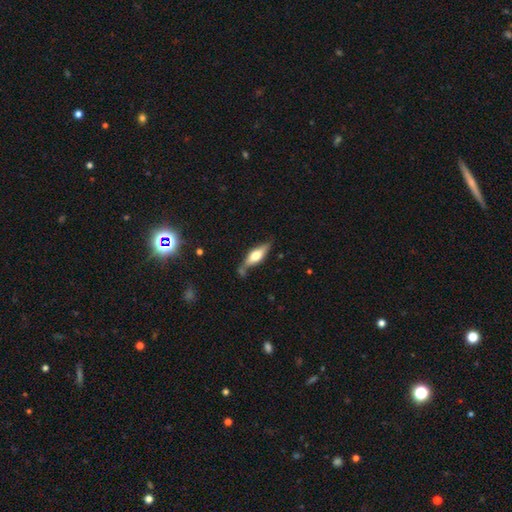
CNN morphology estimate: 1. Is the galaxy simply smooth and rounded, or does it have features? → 51% featured or disk, 43% smooth, 7% star or artifact.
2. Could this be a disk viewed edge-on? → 87% yes, 13% no.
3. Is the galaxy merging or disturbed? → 65% none, 20% minor disturbance, 9% merger, 6% major disturbance.